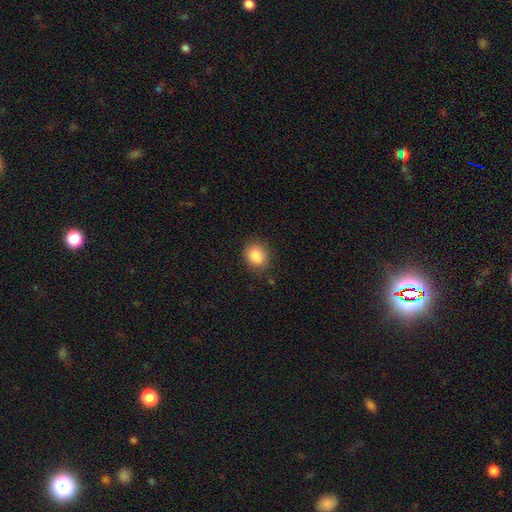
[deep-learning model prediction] A smooth galaxy with no disk features (88%) that is round (52%).

Vote fractions:
- Smooth or featured? smooth: 88% / star or artifact: 8% / featured or disk: 4%
- How rounded? round: 52% / in between: 47% / cigar-shaped: 1%
- Merging? none: 83% / minor disturbance: 12% / major disturbance: 3% / merger: 1%